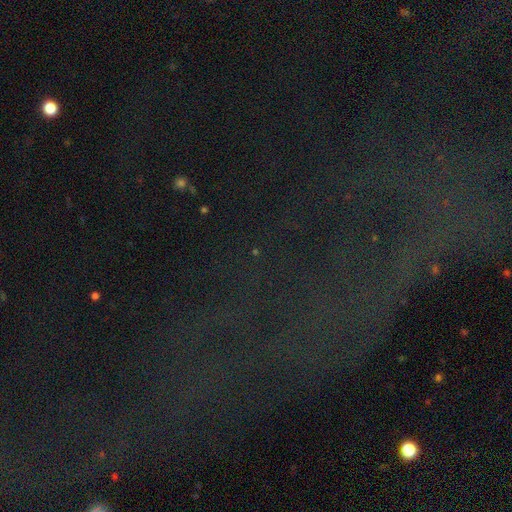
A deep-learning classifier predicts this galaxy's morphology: This appears to be a star or artifact, not a galaxy (76%).